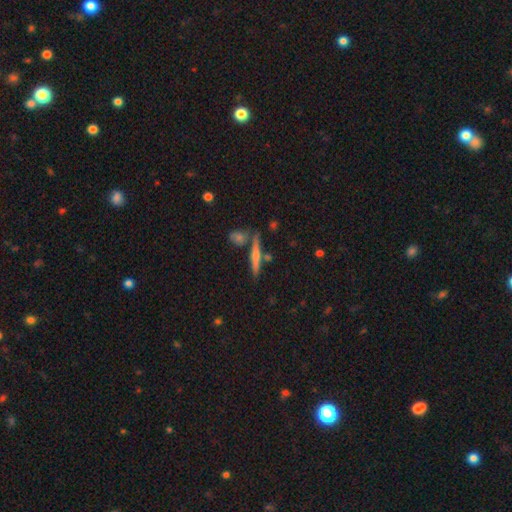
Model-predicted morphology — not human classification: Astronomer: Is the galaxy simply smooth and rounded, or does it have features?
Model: featured or disk — 58%.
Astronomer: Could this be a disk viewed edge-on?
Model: yes — 96%.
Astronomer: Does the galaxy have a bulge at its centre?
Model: rounded — 61%.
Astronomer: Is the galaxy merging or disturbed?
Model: none — 78%.